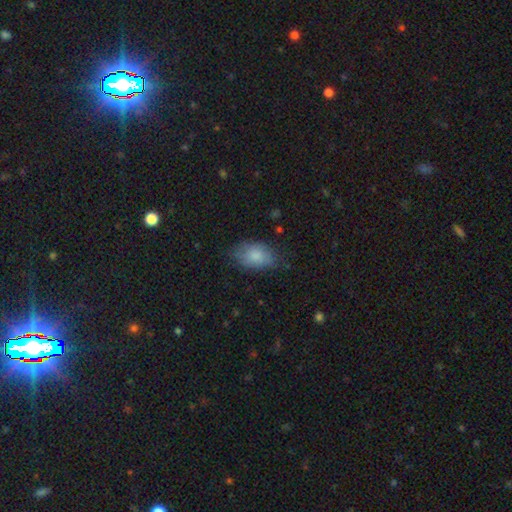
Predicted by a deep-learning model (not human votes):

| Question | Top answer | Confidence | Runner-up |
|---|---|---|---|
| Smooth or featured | smooth | 82% | featured or disk (11%) |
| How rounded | in between | 89% | round (10%) |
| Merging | none | 65% | minor disturbance (26%) |